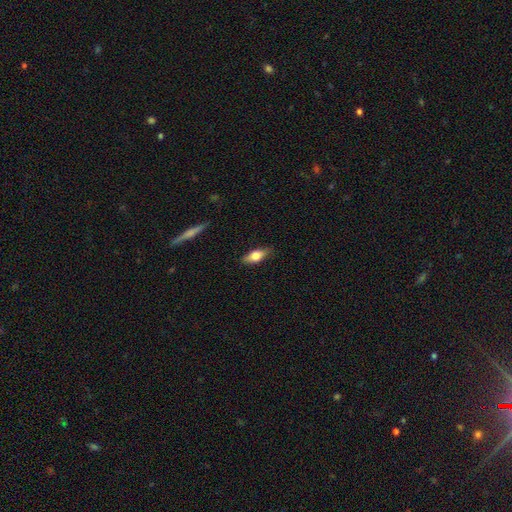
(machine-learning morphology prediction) Overall: smooth (63%; featured or disk 30%). How rounded: in between (71%). Merging: none (84%).